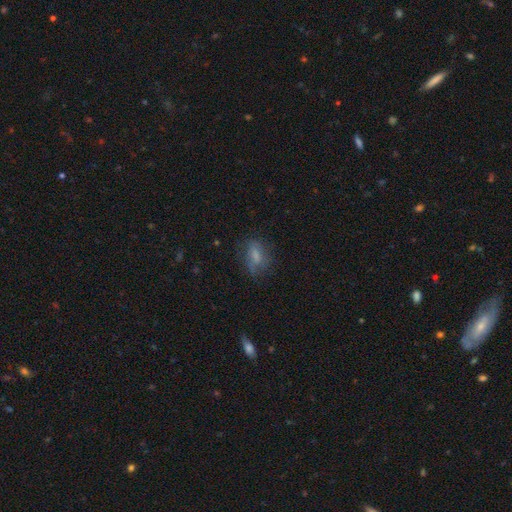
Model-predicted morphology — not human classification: A smooth galaxy with no disk features (64%) that is in between round and cigar-shaped (74%). Merging: none (63%).